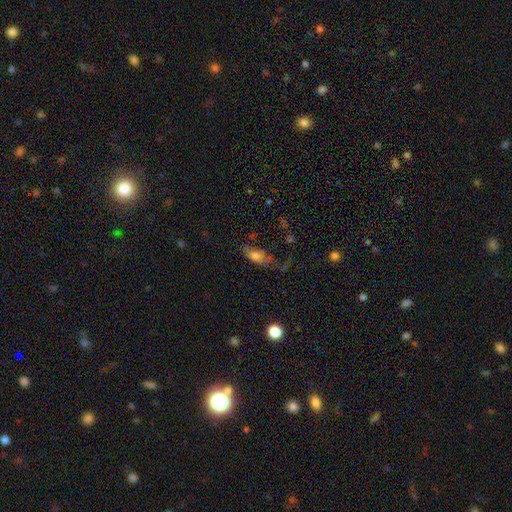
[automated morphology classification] smooth 71%, featured or disk 17%, star or artifact 11%. Down the decision tree: how rounded — in between (78%); merging — none (48%).